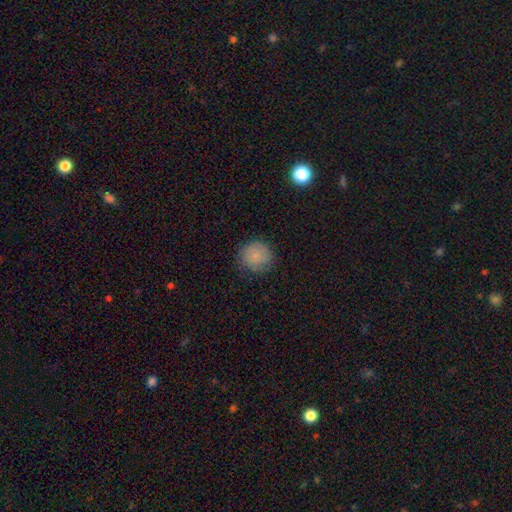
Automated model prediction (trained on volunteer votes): smooth-or-featured: smooth: 79% | featured or disk: 13% | star or artifact: 8%
  how-rounded: round: 89% | in between: 10% | cigar-shaped: 1%
  merging: none: 78% | minor disturbance: 16% | major disturbance: 5% | merger: 1%